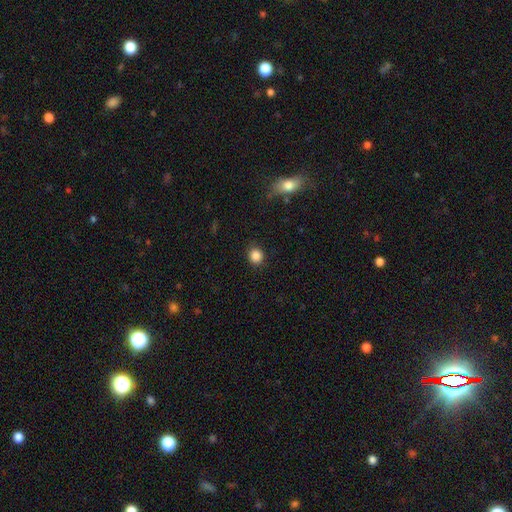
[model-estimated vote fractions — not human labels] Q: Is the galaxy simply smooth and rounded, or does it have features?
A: smooth — 86%.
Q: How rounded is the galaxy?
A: round — 87%.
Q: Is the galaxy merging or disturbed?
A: none — 89%.